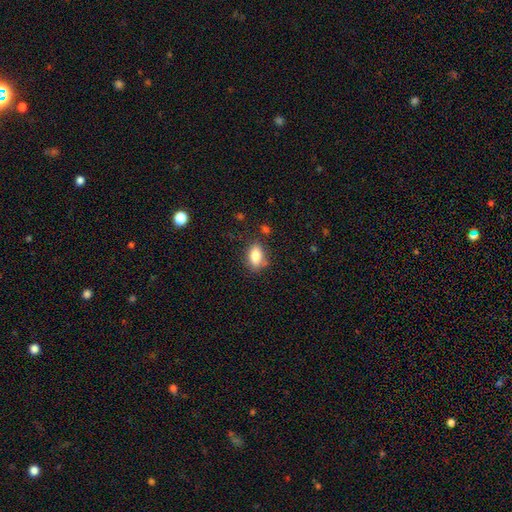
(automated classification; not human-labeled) Morphology: type=smooth (82%); roundness=in between (86%); merging=none (73%).